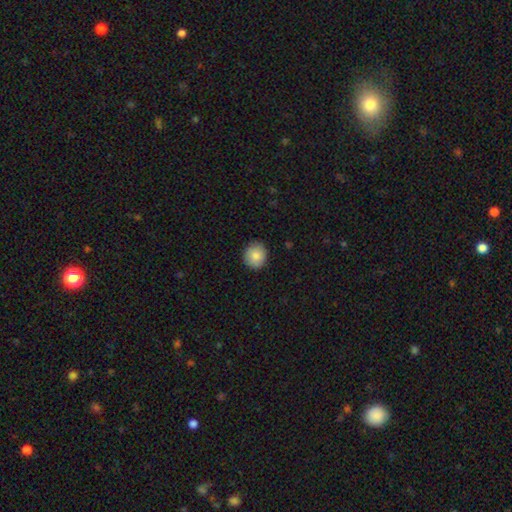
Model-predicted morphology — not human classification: The model was most divided on "how rounded": round: 86%, in between: 13%, cigar-shaped: 1%. More confident: merging — none (88%); smooth or featured — smooth (86%).